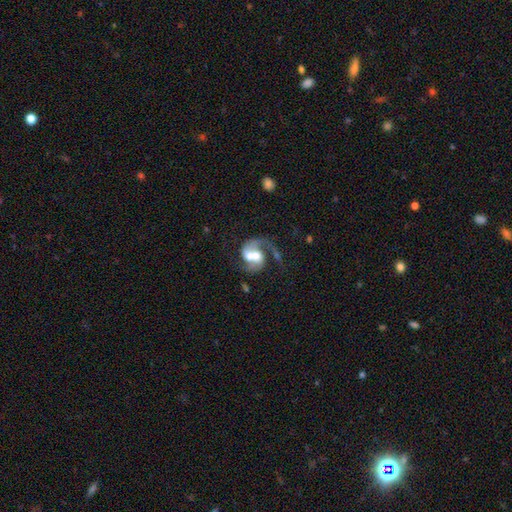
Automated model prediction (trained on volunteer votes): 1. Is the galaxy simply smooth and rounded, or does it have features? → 77% featured or disk, 17% smooth, 6% star or artifact.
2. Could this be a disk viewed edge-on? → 98% no, 2% yes.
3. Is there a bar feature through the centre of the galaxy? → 59% no, 31% weak, 10% strong.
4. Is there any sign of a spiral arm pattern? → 90% yes, 10% no.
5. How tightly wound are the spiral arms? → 44% medium, 43% loose, 13% tight.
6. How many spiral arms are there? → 59% 2, 33% 1, 4% can't tell, 1% 3, 1% 4, 1% more than 4.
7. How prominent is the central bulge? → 55% moderate, 23% large, 15% small, 5% none, 3% dominant.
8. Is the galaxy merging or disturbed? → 55% merger, 23% none, 14% major disturbance, 9% minor disturbance.